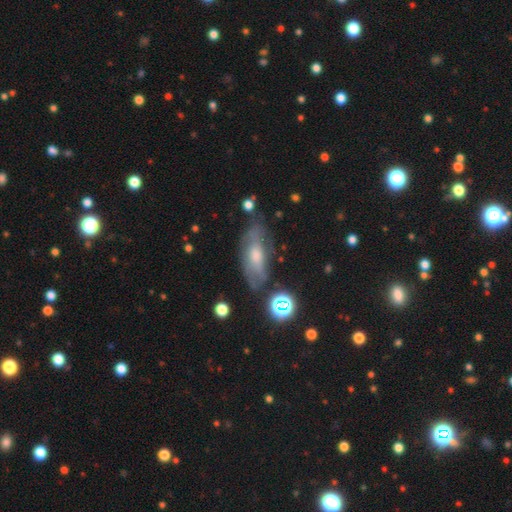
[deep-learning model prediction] A featured or disk galaxy (50%).

Vote fractions:
- Smooth or featured? featured or disk: 50% / smooth: 38% / star or artifact: 12%
- Merging? none: 67% / minor disturbance: 21% / major disturbance: 8% / merger: 4%